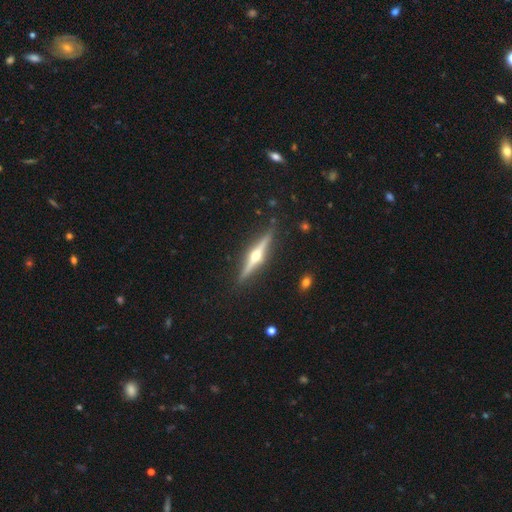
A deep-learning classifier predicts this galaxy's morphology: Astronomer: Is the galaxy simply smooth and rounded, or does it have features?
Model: featured or disk — 83%.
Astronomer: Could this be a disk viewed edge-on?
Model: yes — 98%.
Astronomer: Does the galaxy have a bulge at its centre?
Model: rounded — 96%.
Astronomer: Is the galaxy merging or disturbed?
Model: none — 90%.